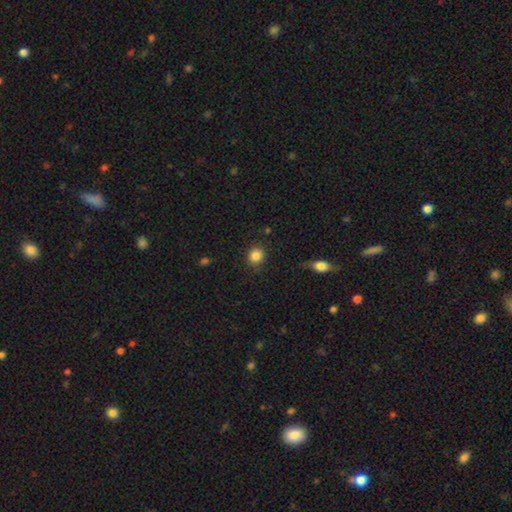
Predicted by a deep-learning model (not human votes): Smooth or featured? Predicted: smooth (p=0.86). How rounded? Predicted: round (p=0.83). Merging? Predicted: none (p=0.86).